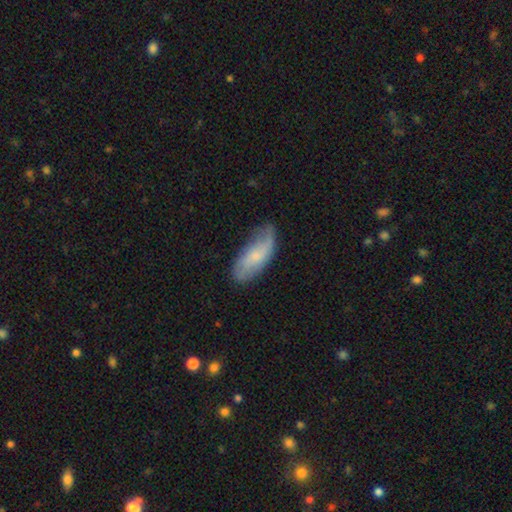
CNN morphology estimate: A smooth galaxy with no disk features (50%) that is in between round and cigar-shaped (77%).

Vote fractions:
- Smooth or featured? smooth: 50% / featured or disk: 43% / star or artifact: 7%
- How rounded? in between: 77% / cigar-shaped: 21% / round: 2%
- Merging? none: 62% / minor disturbance: 29% / major disturbance: 8% / merger: 2%